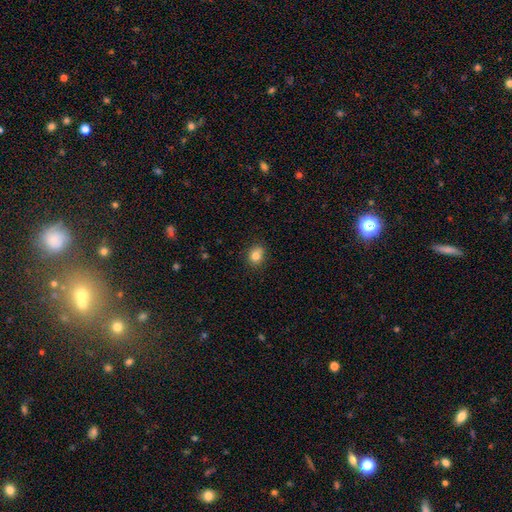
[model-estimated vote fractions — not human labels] smooth-or-featured: smooth: 82% | star or artifact: 11% | featured or disk: 7%
  how-rounded: round: 61% | in between: 38% | cigar-shaped: 1%
  merging: none: 82% | minor disturbance: 13% | major disturbance: 3% | merger: 2%